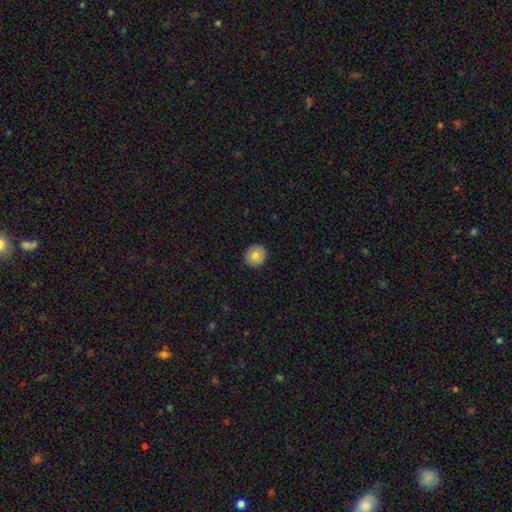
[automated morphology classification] type=smooth (82%); roundness=round (90%); merging=none (91%).